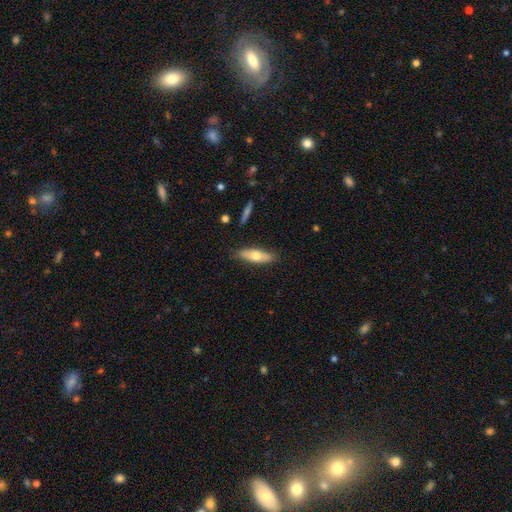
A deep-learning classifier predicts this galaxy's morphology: The model was most divided on "how rounded": in between: 55%, cigar-shaped: 42%, round: 2%. More confident: merging — none (82%); smooth or featured — smooth (61%).